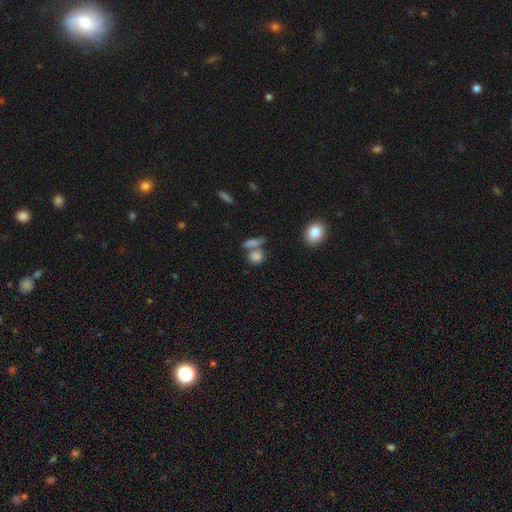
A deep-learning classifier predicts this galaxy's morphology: This appears to be a smooth galaxy with no disk features (80%) that is round (58%). Merging: none (45%).